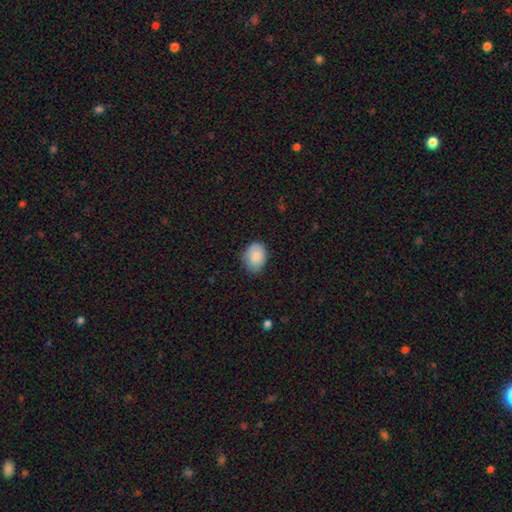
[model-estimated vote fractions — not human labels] Q: Smooth or featured?
A: smooth (86%); runner-up: star or artifact (7%)
Q: How rounded?
A: in between (66%); runner-up: round (33%)
Q: Merging?
A: none (73%); runner-up: minor disturbance (22%)